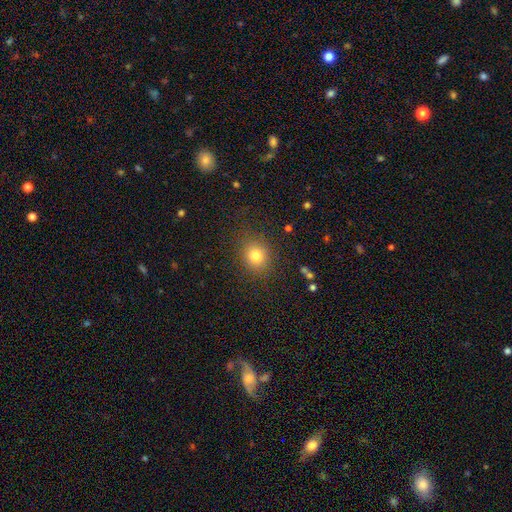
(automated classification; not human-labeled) The model was most divided on "how rounded": round: 77%, in between: 22%, cigar-shaped: 1%. More confident: merging — none (83%); smooth or featured — smooth (79%).